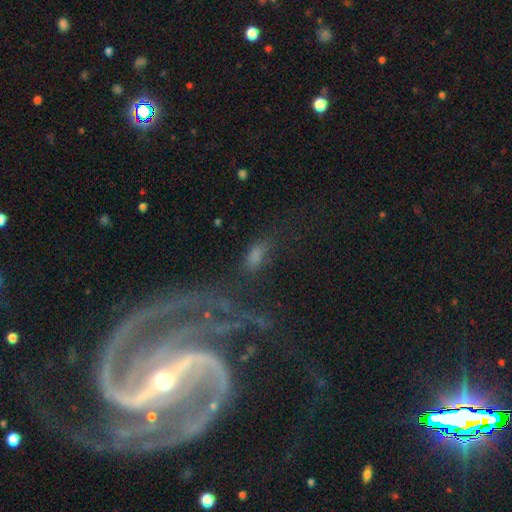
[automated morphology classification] A smooth galaxy with no disk features (64%) that is in between round and cigar-shaped (76%). Merging: none (53%).